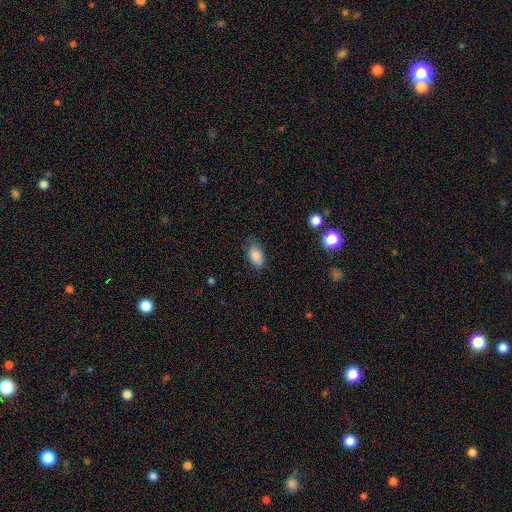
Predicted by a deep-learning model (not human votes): Q: Smooth or featured?
A: smooth (83%); runner-up: featured or disk (9%)
Q: How rounded?
A: in between (91%); runner-up: round (6%)
Q: Merging?
A: none (74%); runner-up: minor disturbance (21%)